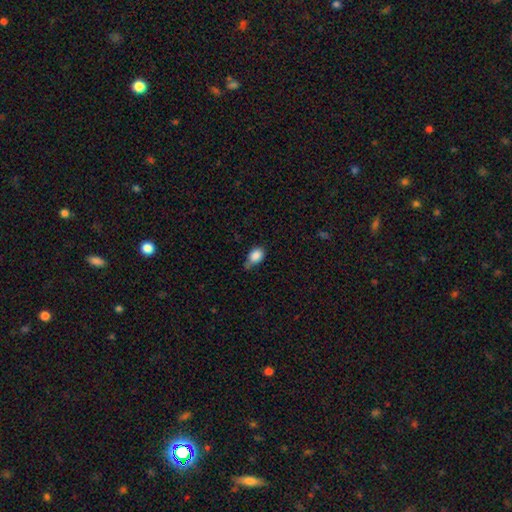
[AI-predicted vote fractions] This is clearly a smooth galaxy (86%). How rounded: likely in between (75%). Merging: possibly none (45%).